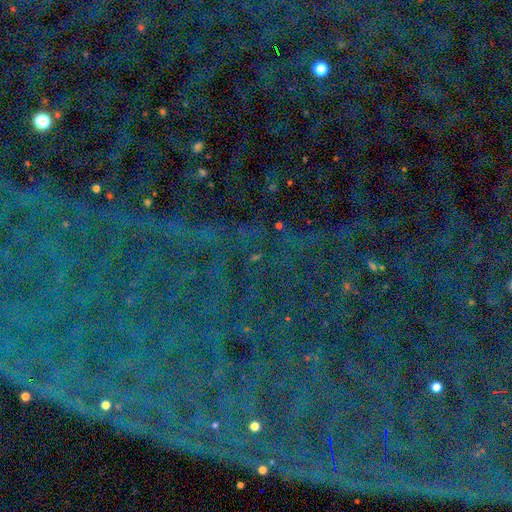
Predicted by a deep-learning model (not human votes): Q: Smooth or featured?
A: star or artifact (87%); runner-up: smooth (7%)